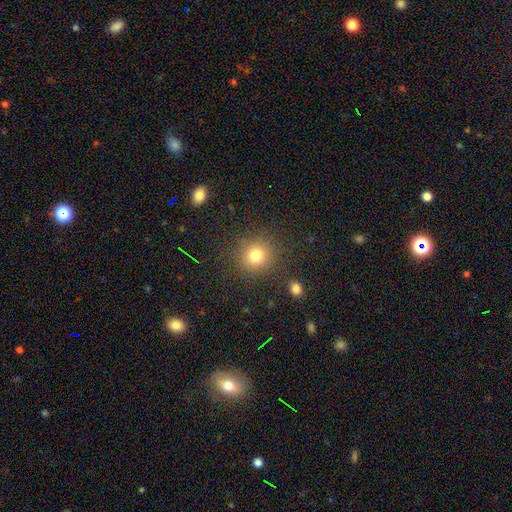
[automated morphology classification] A smooth galaxy with no disk features (78%) that is round (90%). Merging: none (87%).